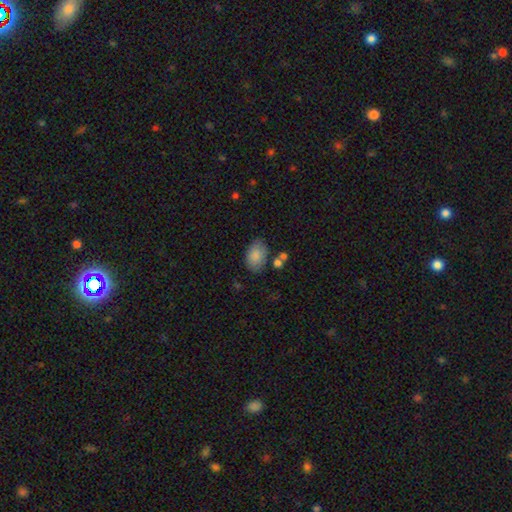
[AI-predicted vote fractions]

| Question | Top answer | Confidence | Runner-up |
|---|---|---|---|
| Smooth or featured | smooth | 85% | featured or disk (8%) |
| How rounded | in between | 89% | round (9%) |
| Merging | none | 73% | minor disturbance (17%) |